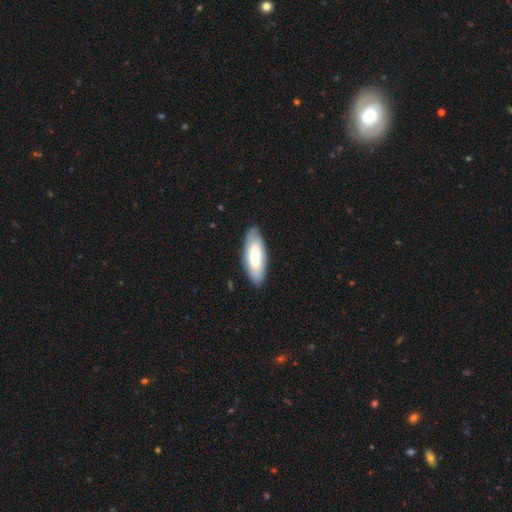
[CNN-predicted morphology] A smooth galaxy with no disk features (64%) that is in between round and cigar-shaped (73%).

Vote fractions:
- Smooth or featured? smooth: 64% / featured or disk: 31% / star or artifact: 5%
- How rounded? in between: 73% / cigar-shaped: 25% / round: 2%
- Merging? none: 84% / minor disturbance: 12% / major disturbance: 3% / merger: 1%